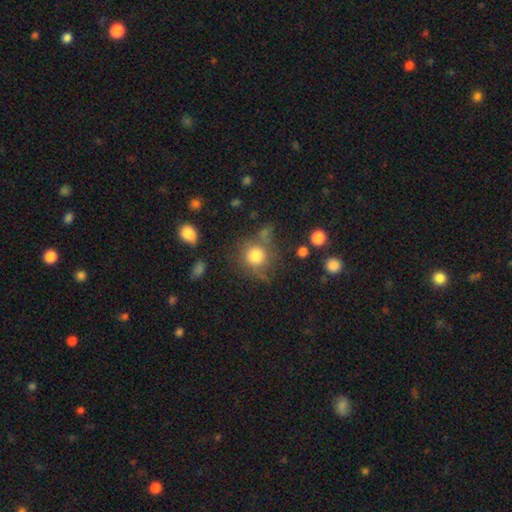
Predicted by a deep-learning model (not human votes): Q: Smooth or featured?
A: smooth (78%); runner-up: star or artifact (12%)
Q: How rounded?
A: round (89%); runner-up: in between (9%)
Q: Merging?
A: none (68%); runner-up: minor disturbance (16%)